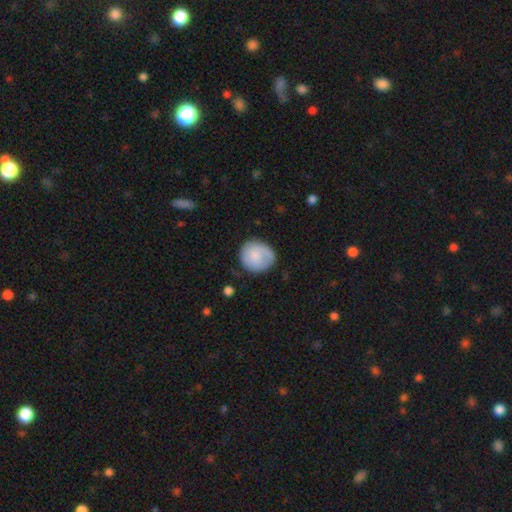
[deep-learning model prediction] Smooth or featured: smooth — 70% (featured or disk — 24%)
How rounded: round — 88% (in between — 11%)
Merging: none — 75% (minor disturbance — 18%)